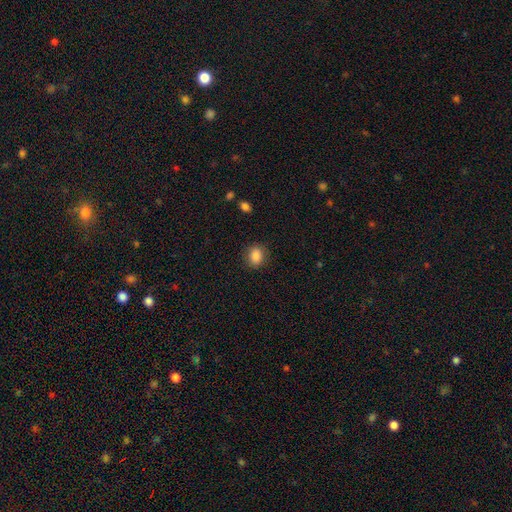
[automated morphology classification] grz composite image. It shows a smooth galaxy with no disk features (87%) that is in between round and cigar-shaped (52%). Merging: none (86%).